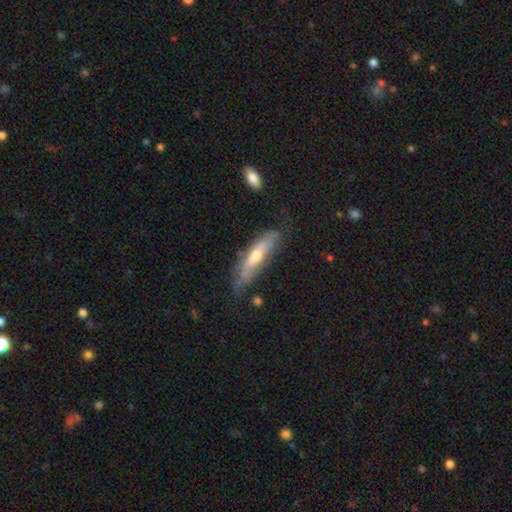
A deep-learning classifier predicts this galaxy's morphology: featured or disk 58%, smooth 35%, star or artifact 7%. Down the decision tree: edge-on disk — yes (67%); merging — none (63%).